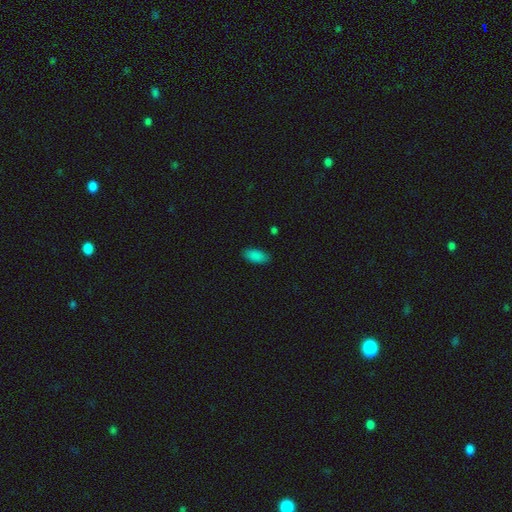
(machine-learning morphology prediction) type=smooth (88%); roundness=in between (91%); merging=none (87%).